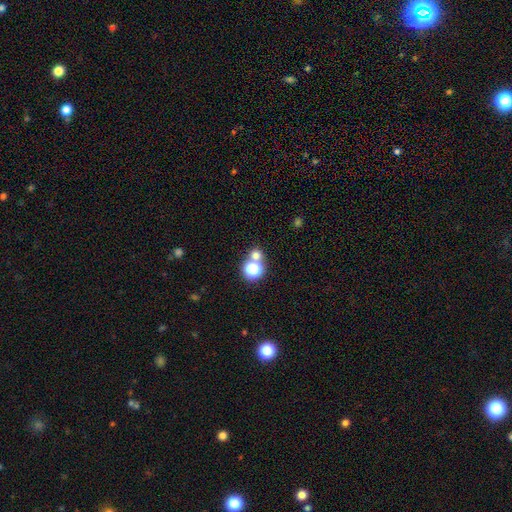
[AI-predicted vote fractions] This is likely a smooth galaxy (65%). How rounded: clearly round (86%). Merging: possibly none (56%).